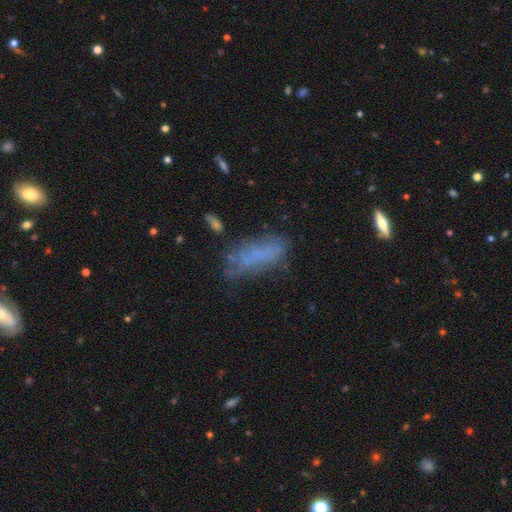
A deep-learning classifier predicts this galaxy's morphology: smooth 55%, featured or disk 30%, star or artifact 15%. Down the decision tree: how rounded — in between (65%); merging — none (46%).